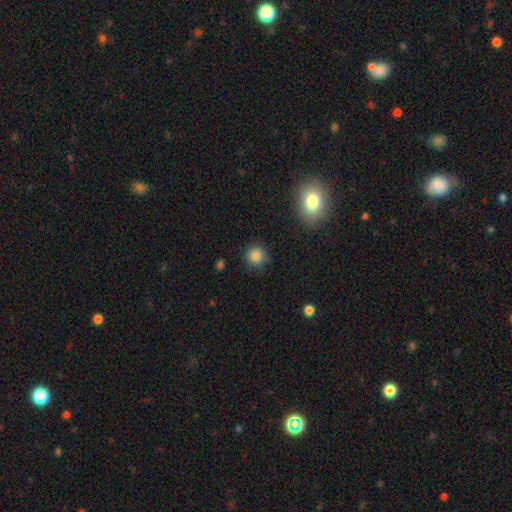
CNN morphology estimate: smooth 84%, star or artifact 12%, featured or disk 4%. Down the decision tree: how rounded — round (92%); merging — none (85%).